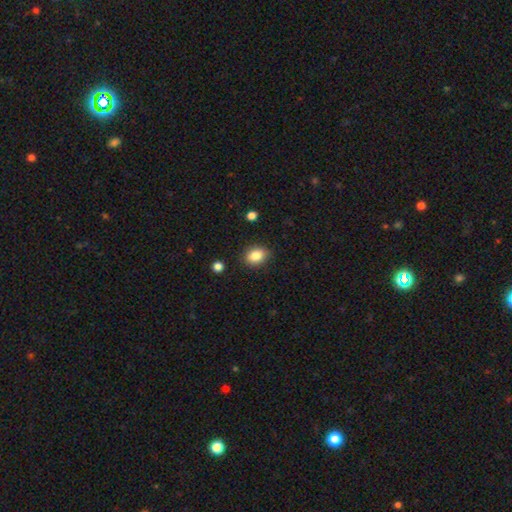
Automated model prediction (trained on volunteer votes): This is clearly a smooth galaxy (85%). How rounded: likely in between (66%). Merging: clearly none (87%).